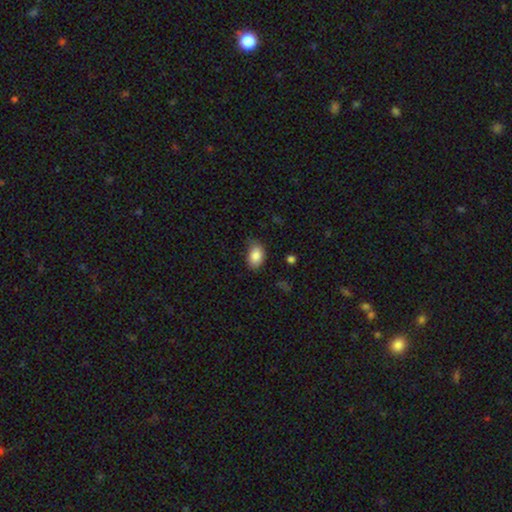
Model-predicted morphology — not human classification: Overall: smooth (85%). How rounded: in between (87%). Merging: none (71%).